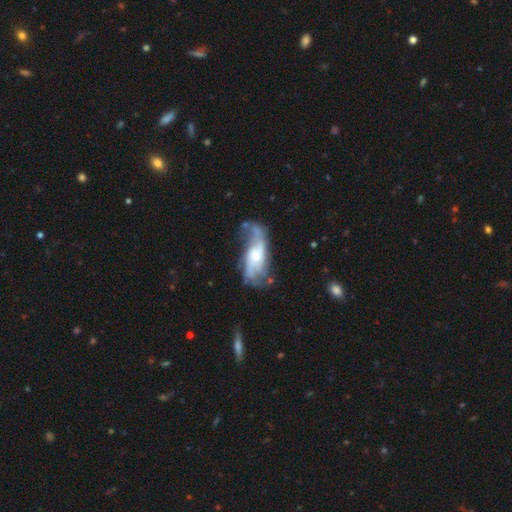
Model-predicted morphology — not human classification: The model was most divided on "bulge size": moderate: 45%, small: 38%, large: 10%, none: 5%, dominant: 2%. Remaining: edge-on disk — no (92%); spiral arms — yes (89%); smooth or featured — featured or disk (77%); spiral arm count — 2 (67%); bar — no (57%); spiral winding — loose (53%); merging — none (46%).